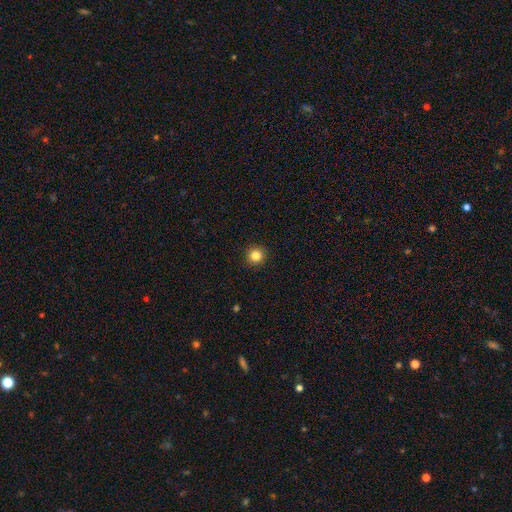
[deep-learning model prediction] Smooth or featured: smooth — 84% (star or artifact — 11%)
How rounded: round — 95% (in between — 4%)
Merging: none — 93% (minor disturbance — 5%)